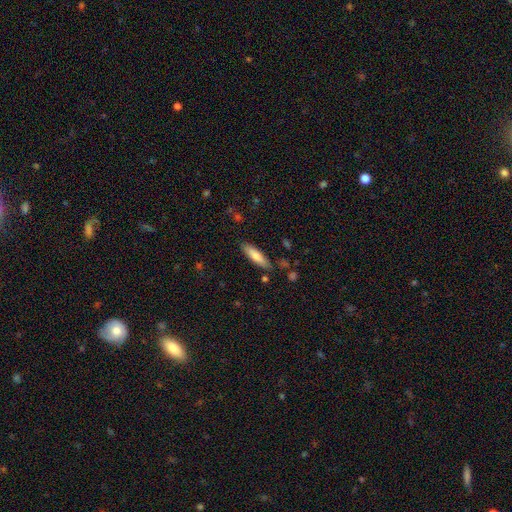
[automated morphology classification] The model was most divided on "how rounded": cigar-shaped: 64%, in between: 35%, round: 2%. More confident: merging — none (82%); smooth or featured — smooth (77%).